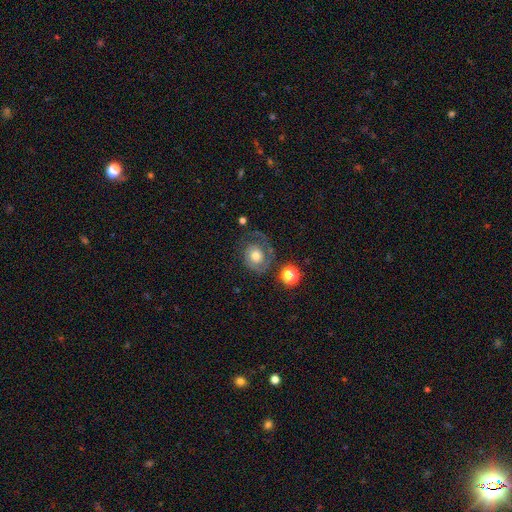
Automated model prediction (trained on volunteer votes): Smooth or featured? featured or disk (61%)
Edge-on disk? no (97%)
Bar? no (81%)
Spiral arms? yes (84%)
Bulge size? moderate (61%)
Merging? none (53%)